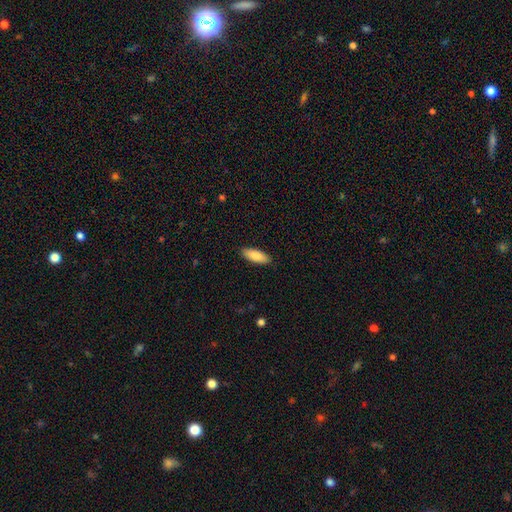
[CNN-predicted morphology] Overall: smooth (81%). How rounded: in between (71%). Merging: none (89%).